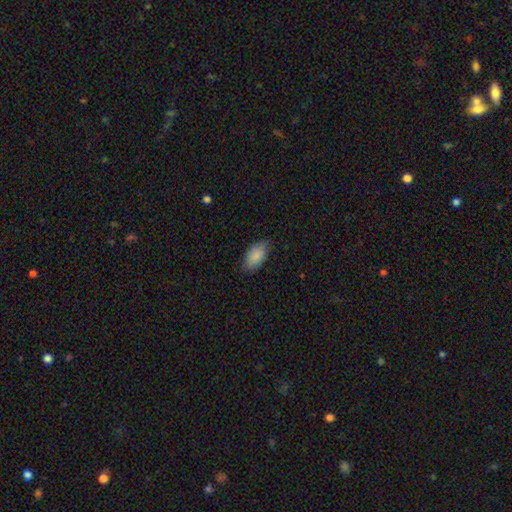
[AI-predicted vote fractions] Smooth or featured? smooth (86%)
How rounded? in between (93%)
Merging? none (79%)